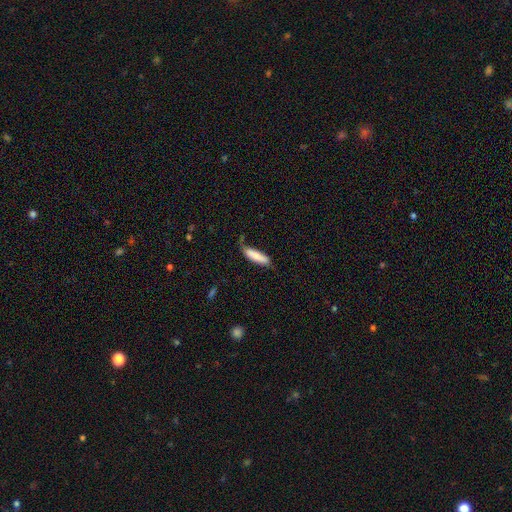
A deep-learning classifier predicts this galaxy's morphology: This is likely a smooth galaxy (80%). How rounded: likely cigar-shaped (66%). Merging: possibly none (59%).